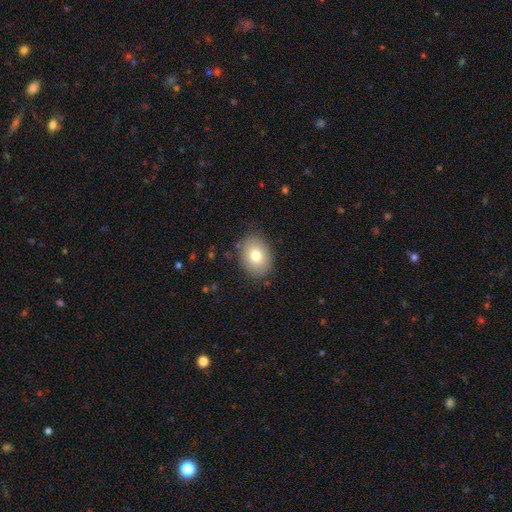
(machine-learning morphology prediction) Smooth or featured?
  - smooth: 77% *
  - featured or disk: 14%
  - star or artifact: 9%
How rounded?
  - in between: 68% *
  - round: 31%
  - cigar-shaped: 1%
Merging?
  - none: 85% *
  - minor disturbance: 11%
  - major disturbance: 3%
  - merger: 1%